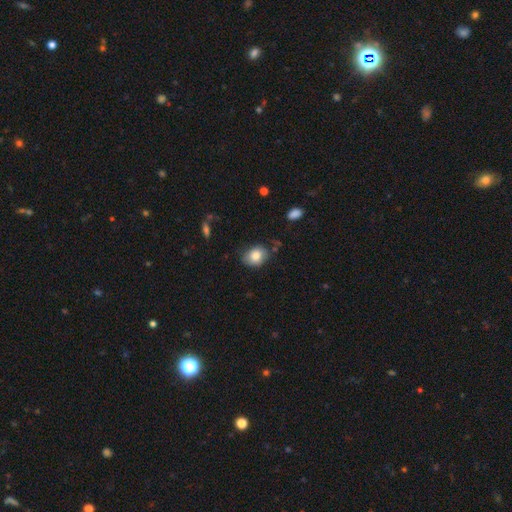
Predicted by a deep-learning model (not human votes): Smooth or featured: smooth — 81% (featured or disk — 10%)
How rounded: in between — 62% (round — 37%)
Merging: none — 74% (minor disturbance — 20%)